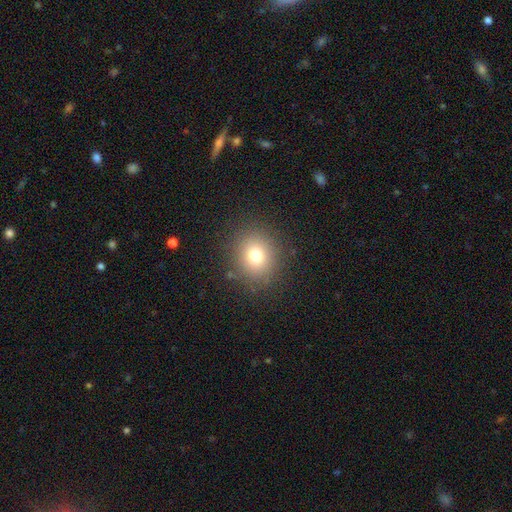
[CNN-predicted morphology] smooth 75%, star or artifact 15%, featured or disk 10%. Down the decision tree: how rounded — round (80%); merging — none (87%).